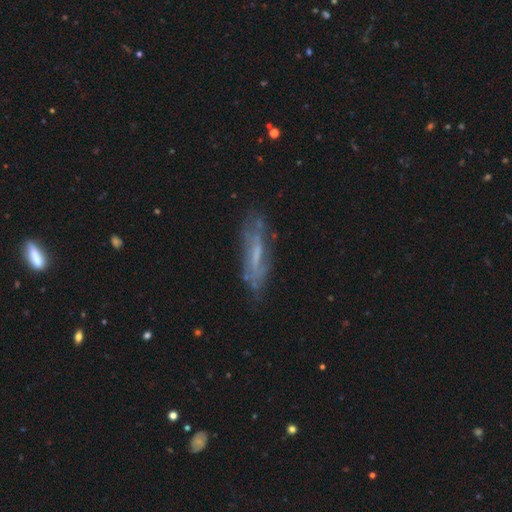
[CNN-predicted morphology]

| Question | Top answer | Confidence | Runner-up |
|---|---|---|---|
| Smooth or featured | featured or disk | 61% | smooth (30%) |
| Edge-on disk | no | 60% | yes (40%) |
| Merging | none | 70% | minor disturbance (20%) |